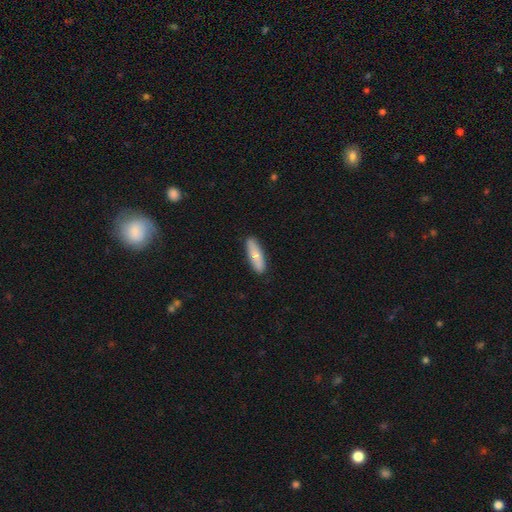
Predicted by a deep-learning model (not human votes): Morphology: type=smooth (70%); roundness=cigar-shaped (56%); merging=none (87%).